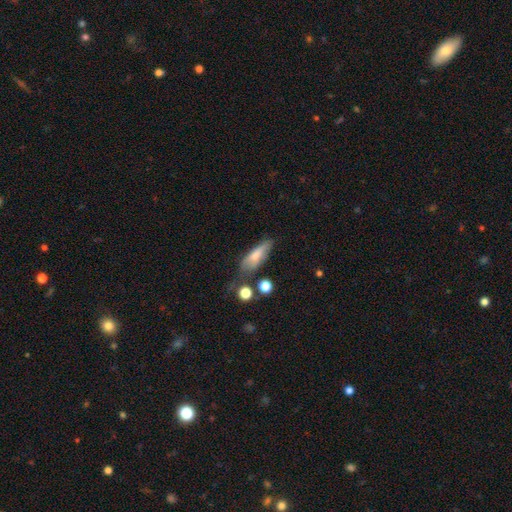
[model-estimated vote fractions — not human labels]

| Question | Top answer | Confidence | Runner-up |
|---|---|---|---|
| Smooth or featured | smooth | 70% | featured or disk (22%) |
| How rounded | in between | 53% | cigar-shaped (44%) |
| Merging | none | 49% | minor disturbance (29%) |